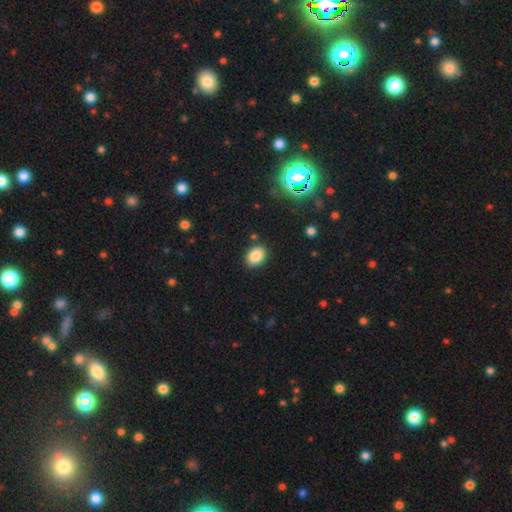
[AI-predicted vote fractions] smooth 86%, star or artifact 9%, featured or disk 4%. Down the decision tree: how rounded — in between (74%); merging — none (86%).